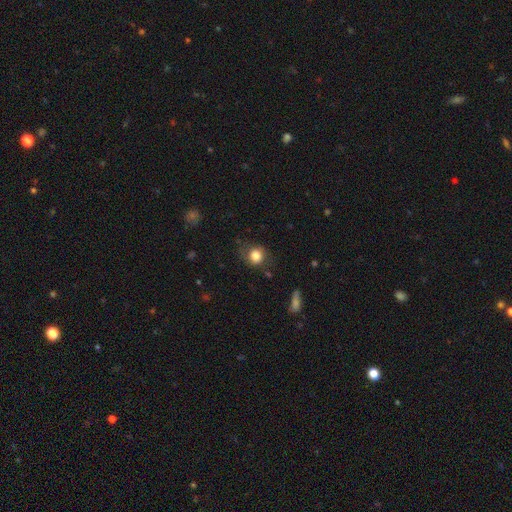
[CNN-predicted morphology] smooth_or_featured: smooth (p=0.82) [alt: star or artifact p=0.10]
how_rounded: round (p=0.74) [alt: in between p=0.25]
merging: none (p=0.68) [alt: minor disturbance p=0.22]